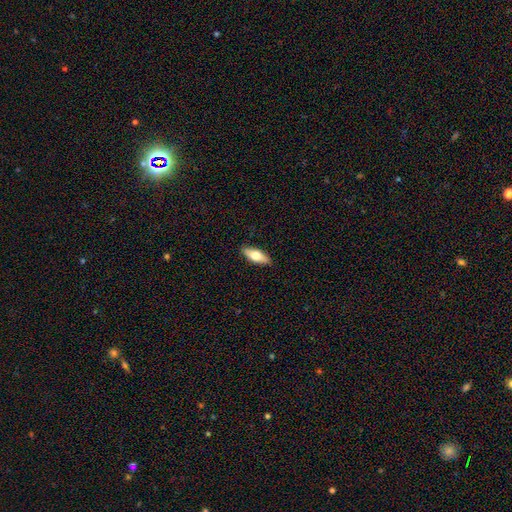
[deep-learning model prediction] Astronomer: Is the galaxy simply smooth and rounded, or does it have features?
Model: smooth — 63%.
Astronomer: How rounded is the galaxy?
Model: in between — 71%.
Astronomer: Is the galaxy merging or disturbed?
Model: none — 89%.